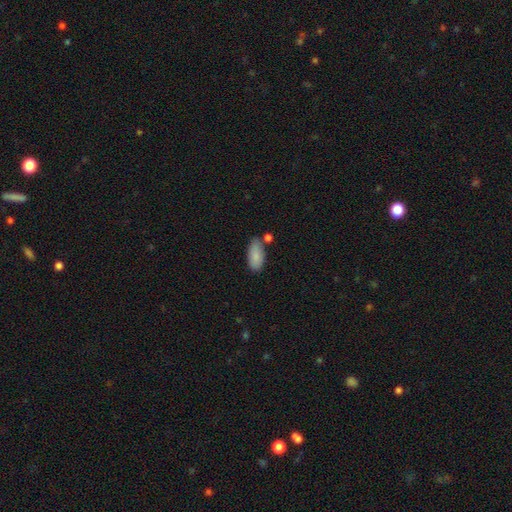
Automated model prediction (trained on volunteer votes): This appears to be a smooth galaxy with no disk features (87%) that is in between round and cigar-shaped (89%). Merging: none (66%).